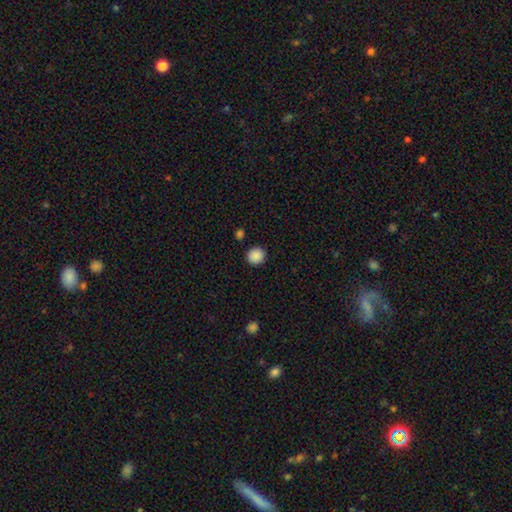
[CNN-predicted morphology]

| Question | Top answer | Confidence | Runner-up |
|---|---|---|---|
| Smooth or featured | smooth | 89% | star or artifact (9%) |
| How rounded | round | 86% | in between (13%) |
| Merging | none | 89% | minor disturbance (6%) |